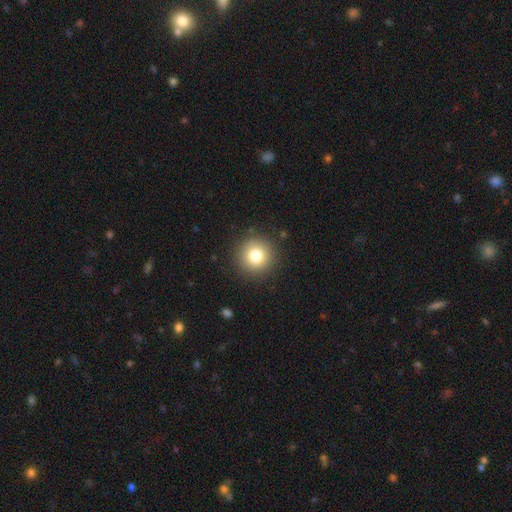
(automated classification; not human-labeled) Overall: smooth (79%). How rounded: round (95%). Merging: none (90%).